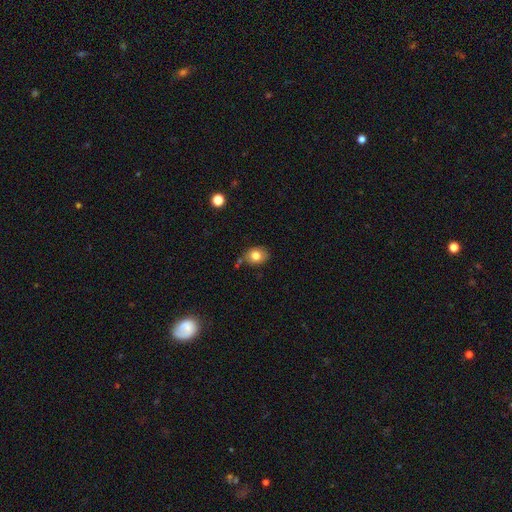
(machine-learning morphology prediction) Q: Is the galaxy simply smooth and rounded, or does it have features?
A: smooth — 80%.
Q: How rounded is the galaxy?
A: in between — 52%.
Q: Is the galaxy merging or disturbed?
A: none — 71%.